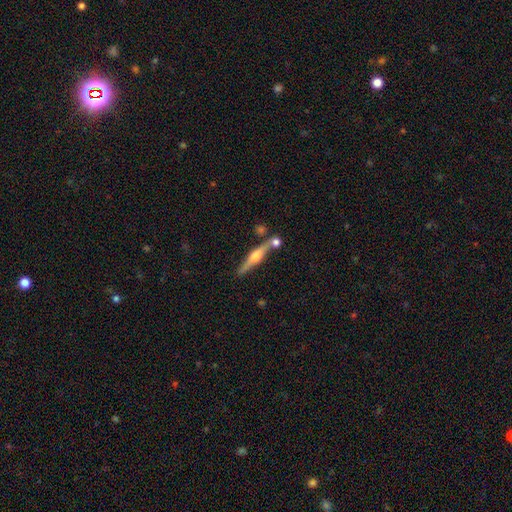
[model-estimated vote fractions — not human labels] Q: Smooth or featured?
A: featured or disk (75%); runner-up: smooth (18%)
Q: Edge-on disk?
A: yes (97%); runner-up: no (3%)
Q: Edge-on bulge?
A: rounded (92%); runner-up: boxy (5%)
Q: Merging?
A: none (74%); runner-up: merger (13%)